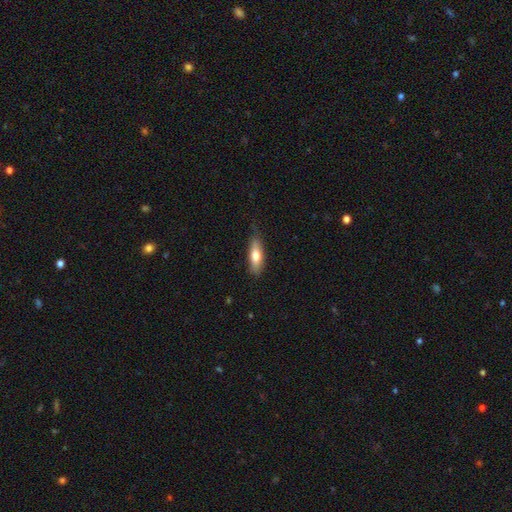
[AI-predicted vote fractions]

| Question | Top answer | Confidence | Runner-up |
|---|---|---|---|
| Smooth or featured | smooth | 71% | featured or disk (23%) |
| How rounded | in between | 59% | cigar-shaped (39%) |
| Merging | none | 75% | minor disturbance (20%) |